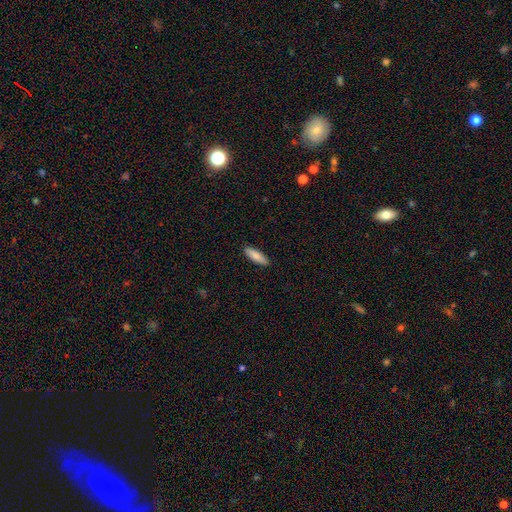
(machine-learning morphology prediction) Smooth or featured? smooth (85%)
How rounded? cigar-shaped (55%)
Merging? none (90%)